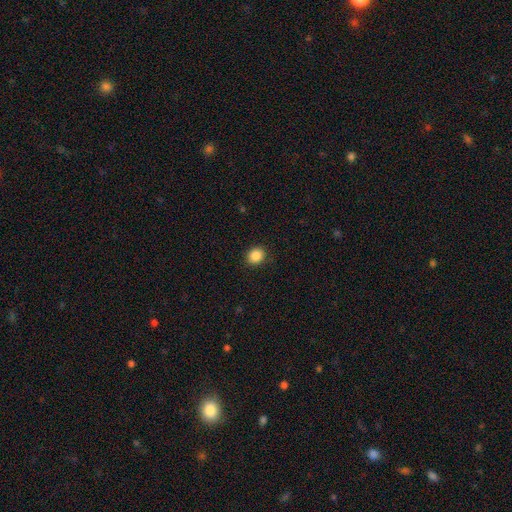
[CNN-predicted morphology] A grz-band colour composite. It shows a smooth galaxy with no disk features (87%) that is round (80%). Merging: none (91%).